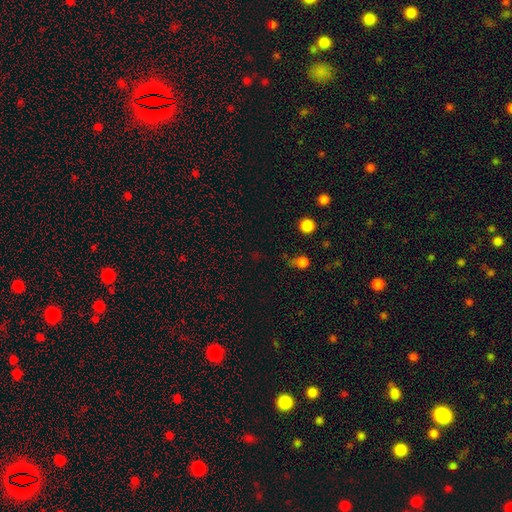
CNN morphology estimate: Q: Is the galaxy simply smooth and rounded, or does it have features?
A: star or artifact — 53%.